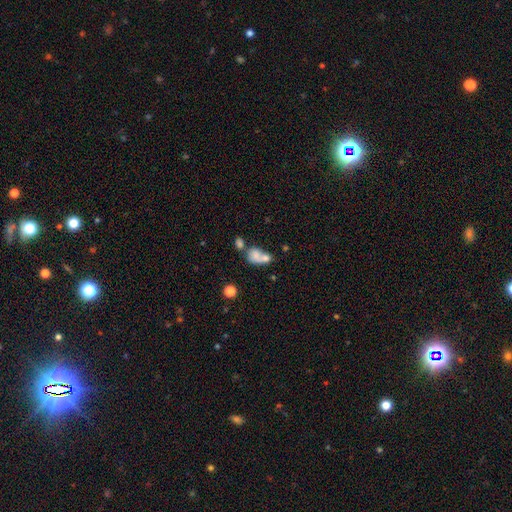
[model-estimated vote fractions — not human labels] Q: Smooth or featured?
A: smooth (70%); runner-up: featured or disk (20%)
Q: How rounded?
A: in between (68%); runner-up: round (30%)
Q: Merging?
A: merger (59%); runner-up: none (20%)